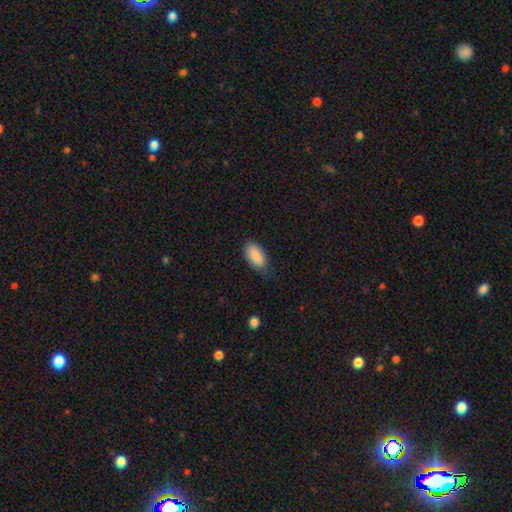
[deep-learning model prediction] Morphology: type=smooth (88%); roundness=in between (93%); merging=none (73%).